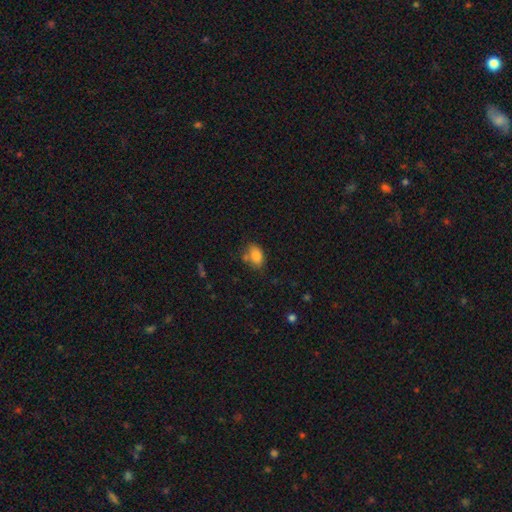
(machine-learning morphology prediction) Smooth or featured? Predicted: smooth (p=0.84). How rounded? Predicted: in between (p=0.86). Merging? Predicted: none (p=0.59).